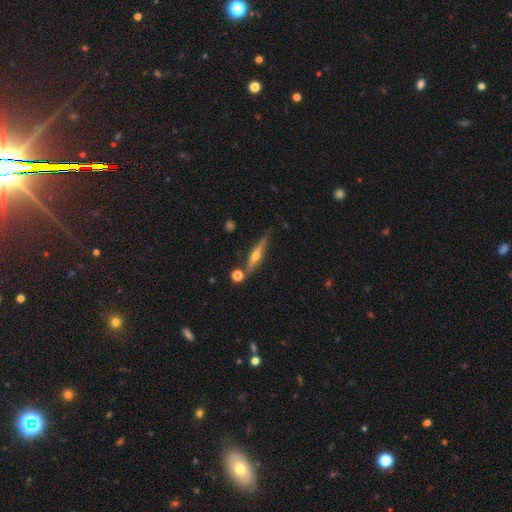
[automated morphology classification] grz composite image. It shows a featured or disk galaxy (72%) viewed edge-on (96%) with a rounded central bulge (91%). Merging: none (77%).